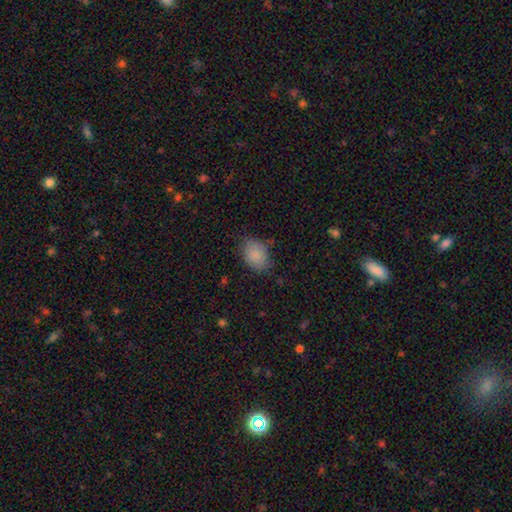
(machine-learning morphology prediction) A smooth galaxy with no disk features (85%) that is in between round and cigar-shaped (76%). Merging: none (73%).